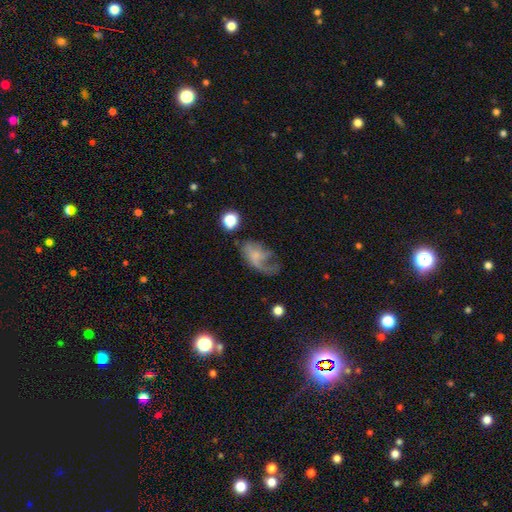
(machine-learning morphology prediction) Smooth or featured?
  - featured or disk: 52% *
  - smooth: 37%
  - star or artifact: 11%
Edge-on disk?
  - no: 96% *
  - yes: 4%
Merging?
  - major disturbance: 48% *
  - none: 27%
  - minor disturbance: 21%
  - merger: 5%